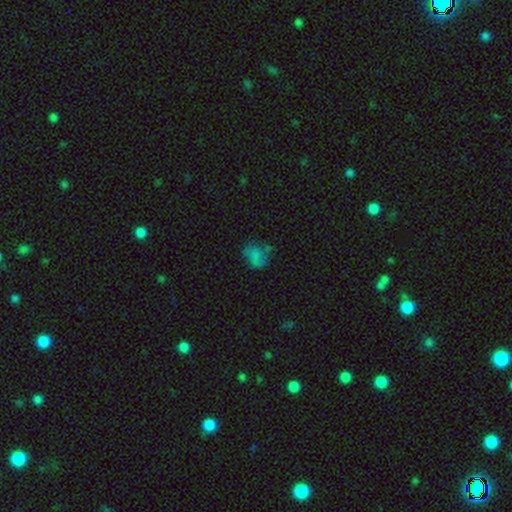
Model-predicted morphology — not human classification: Smooth or featured?
  - smooth: 66% *
  - featured or disk: 18%
  - star or artifact: 16%
How rounded?
  - in between: 51% *
  - round: 48%
  - cigar-shaped: 1%
Merging?
  - none: 46% *
  - minor disturbance: 29%
  - major disturbance: 20%
  - merger: 5%